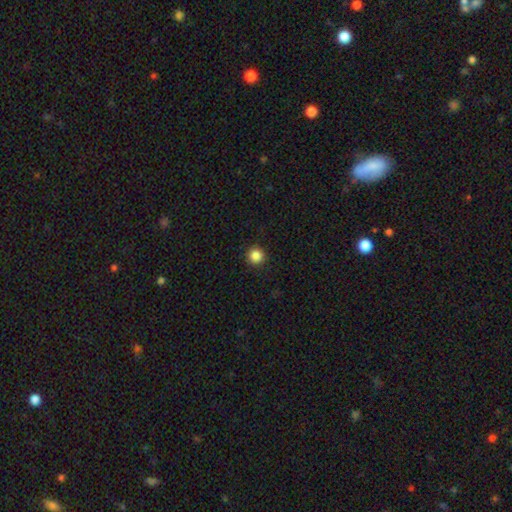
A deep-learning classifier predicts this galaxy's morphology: A smooth galaxy with no disk features (86%) that is round (95%).

Vote fractions:
- Smooth or featured? smooth: 86% / star or artifact: 11% / featured or disk: 3%
- How rounded? round: 95% / in between: 4% / cigar-shaped: 1%
- Merging? none: 93% / minor disturbance: 5% / major disturbance: 2% / merger: 1%